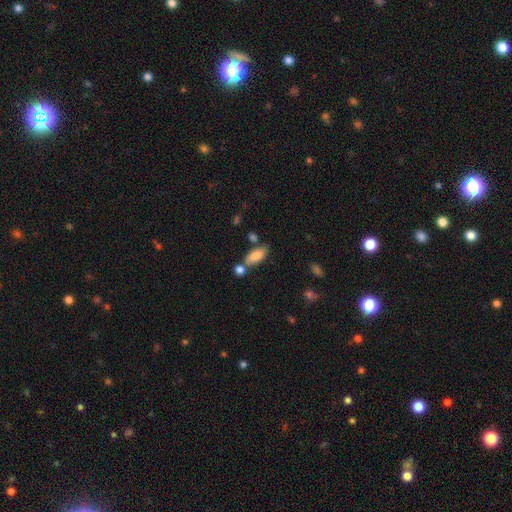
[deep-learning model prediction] This appears to be a smooth galaxy with no disk features (83%) that is in between round and cigar-shaped (85%). Merging: none (58%).